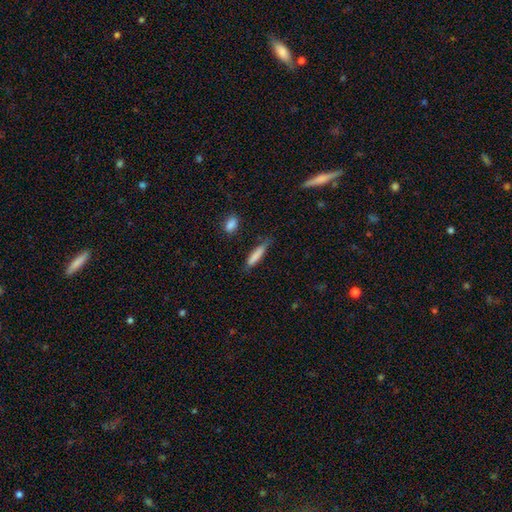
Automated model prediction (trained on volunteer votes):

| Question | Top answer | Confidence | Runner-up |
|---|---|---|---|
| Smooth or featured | smooth | 82% | featured or disk (12%) |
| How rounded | cigar-shaped | 84% | in between (15%) |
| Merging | none | 67% | minor disturbance (25%) |